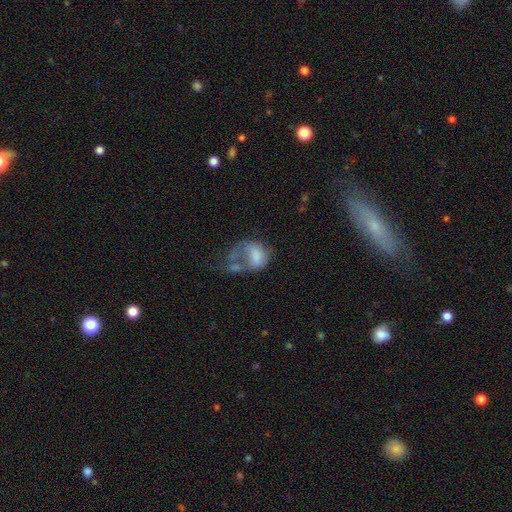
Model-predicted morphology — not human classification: Overall: smooth (56%; featured or disk 34%). How rounded: in between (68%; round 30%). Merging: major disturbance (47%; merger 27%).